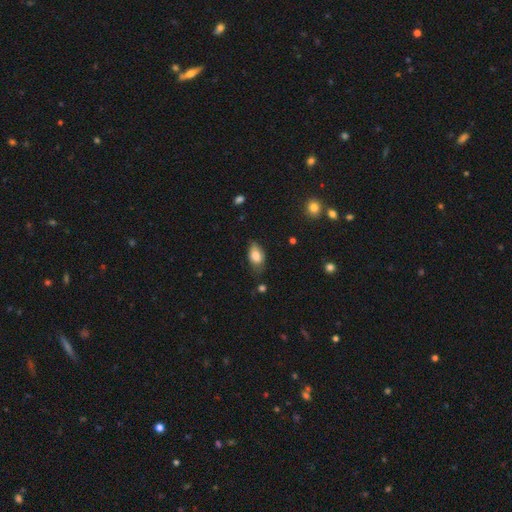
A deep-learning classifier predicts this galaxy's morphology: Smooth or featured?
  - smooth: 81% *
  - featured or disk: 12%
  - star or artifact: 7%
How rounded?
  - in between: 91% *
  - round: 6%
  - cigar-shaped: 3%
Merging?
  - none: 65% *
  - minor disturbance: 28%
  - major disturbance: 6%
  - merger: 2%